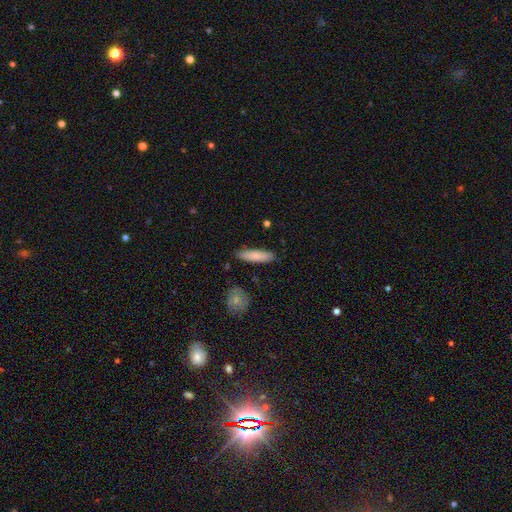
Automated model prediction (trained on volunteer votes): Overall: smooth (81%). How rounded: cigar-shaped (69%; in between 29%). Merging: none (87%).